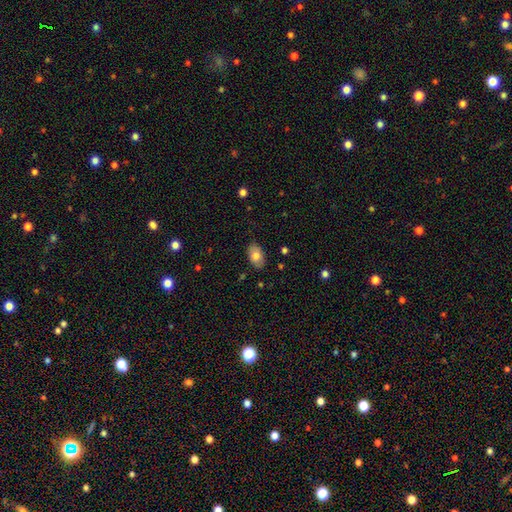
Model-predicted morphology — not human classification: Smooth or featured? Predicted: smooth (p=0.77). How rounded? Predicted: in between (p=0.92). Merging? Predicted: none (p=0.85).